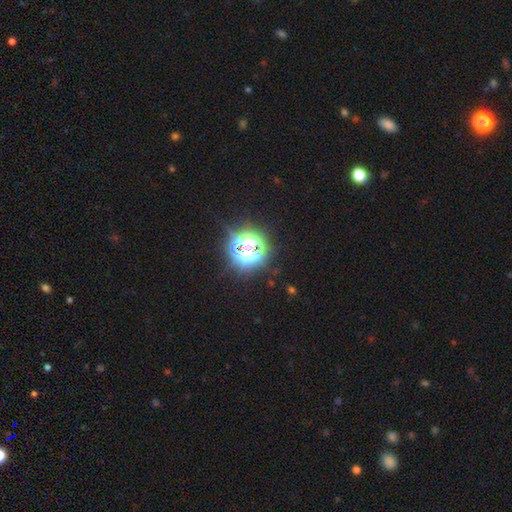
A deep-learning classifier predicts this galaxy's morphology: A star or artifact, not a galaxy (79%).